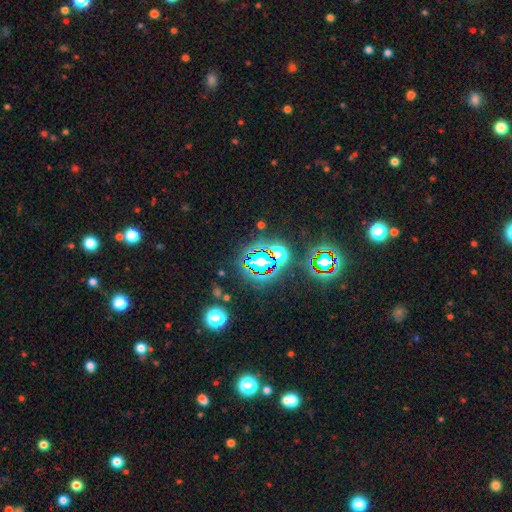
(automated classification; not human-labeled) This appears to be a star or artifact, not a galaxy (75%).